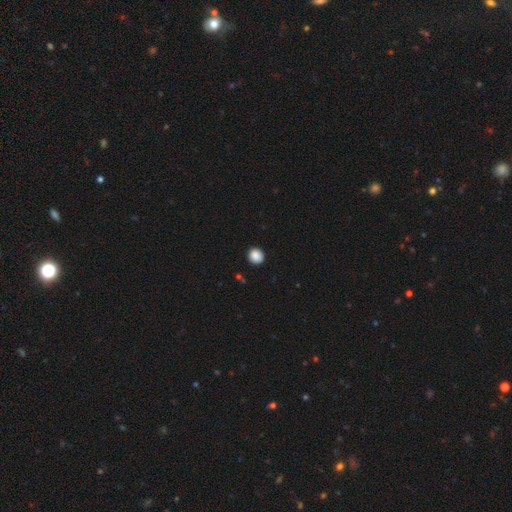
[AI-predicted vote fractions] Smooth or featured: smooth — 88% (star or artifact — 9%)
How rounded: round — 88% (in between — 11%)
Merging: none — 92% (minor disturbance — 5%)